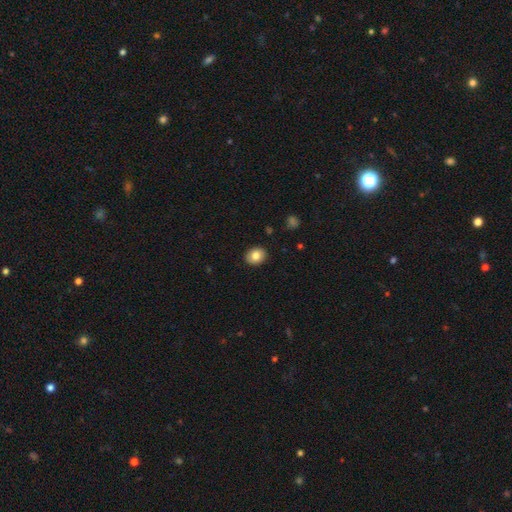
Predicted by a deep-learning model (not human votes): This appears to be a smooth galaxy with no disk features (82%) that is round (54%). Merging: none (90%).